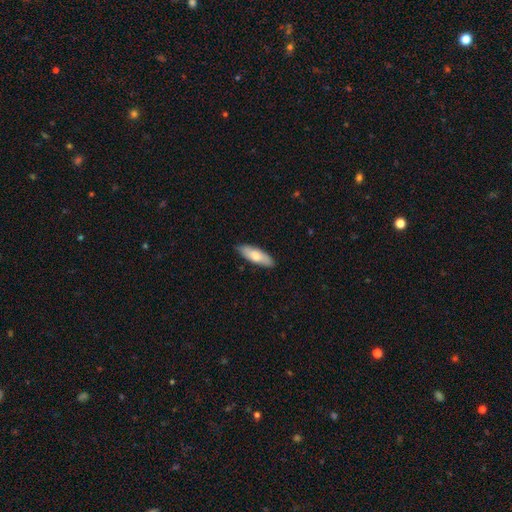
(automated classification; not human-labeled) Overall: smooth (75%). How rounded: in between (57%; cigar-shaped 41%). Merging: none (86%).